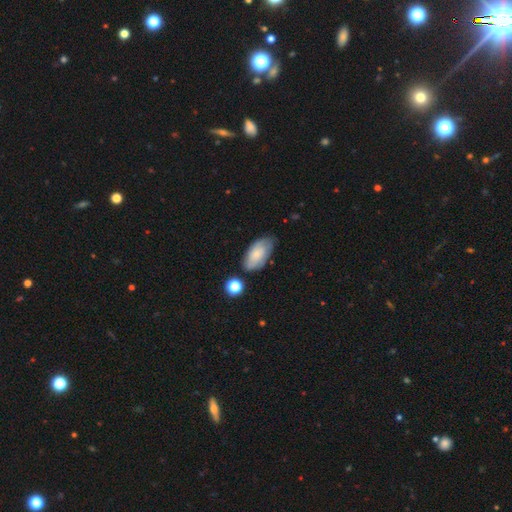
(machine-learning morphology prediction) Overall: smooth (66%). How rounded: in between (94%). Merging: none (68%).